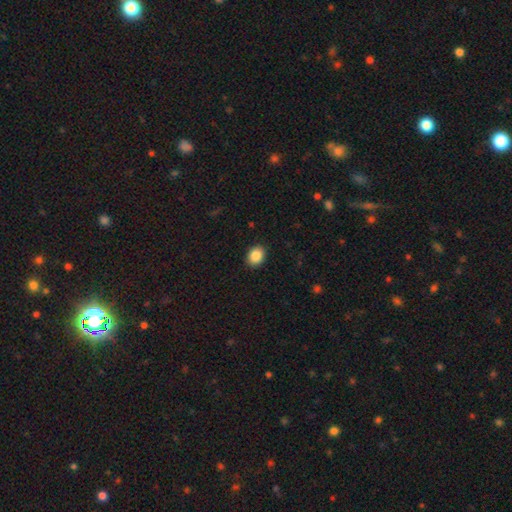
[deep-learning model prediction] Q: Smooth or featured?
A: smooth (88%); runner-up: star or artifact (8%)
Q: How rounded?
A: in between (54%); runner-up: round (45%)
Q: Merging?
A: none (90%); runner-up: minor disturbance (7%)